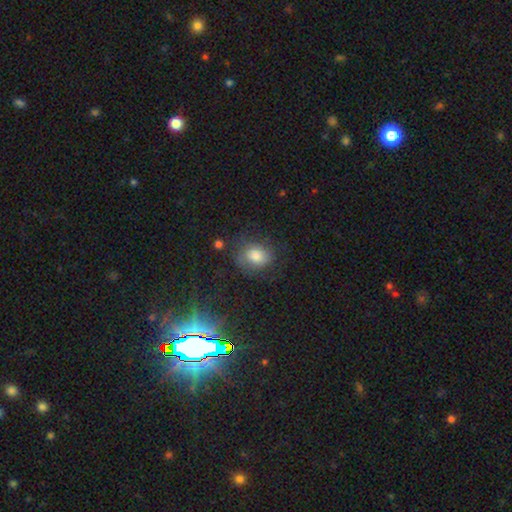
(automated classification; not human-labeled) smooth 69%, featured or disk 18%, star or artifact 13%. Down the decision tree: how rounded — round (53%); merging — none (65%).